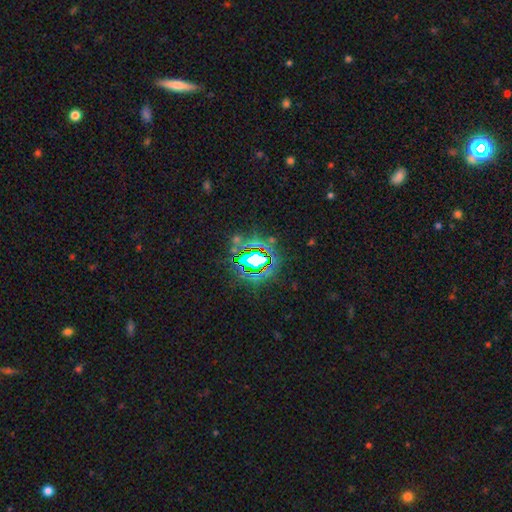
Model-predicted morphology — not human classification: Smooth or featured? star or artifact (80%)